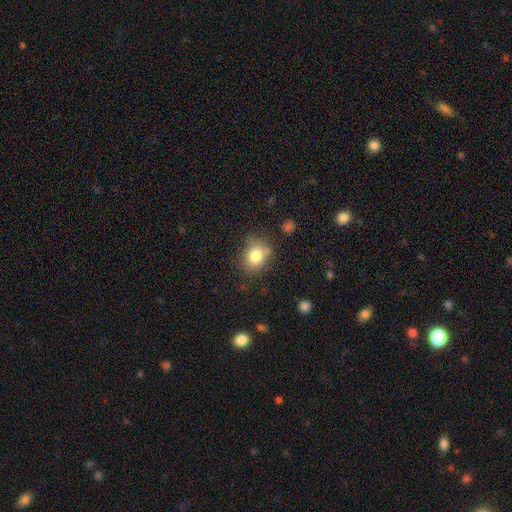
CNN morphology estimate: Smooth or featured?
  - smooth: 80% *
  - star or artifact: 10%
  - featured or disk: 9%
How rounded?
  - round: 60% *
  - in between: 39%
  - cigar-shaped: 1%
Merging?
  - none: 69% *
  - minor disturbance: 21%
  - major disturbance: 6%
  - merger: 4%